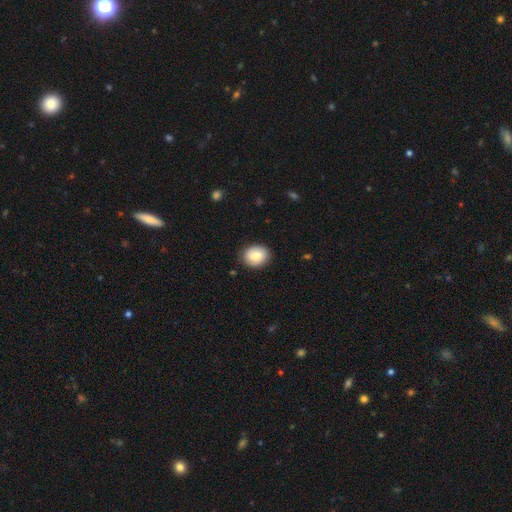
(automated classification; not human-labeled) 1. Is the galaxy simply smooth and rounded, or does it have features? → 80% smooth, 13% featured or disk, 7% star or artifact.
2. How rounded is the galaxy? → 57% round, 42% in between, 1% cigar-shaped.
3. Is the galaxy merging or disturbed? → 87% none, 10% minor disturbance, 2% major disturbance, 1% merger.